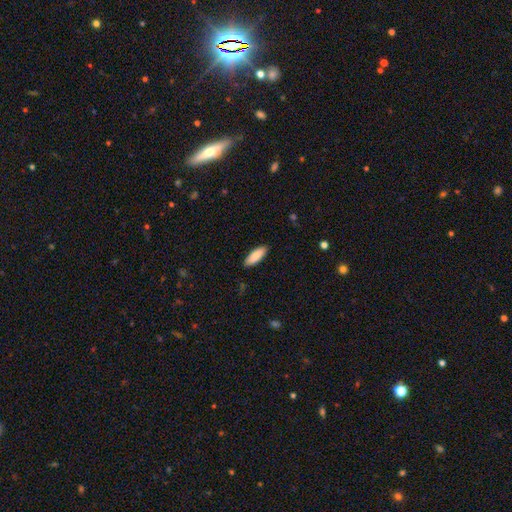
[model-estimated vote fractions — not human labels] Morphology: type=smooth (87%); roundness=in between (65%); merging=none (89%).